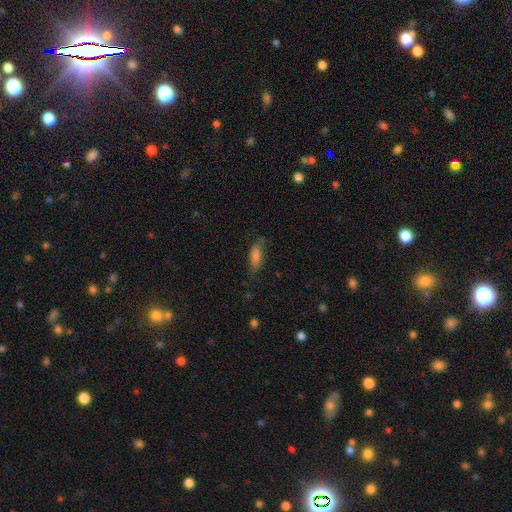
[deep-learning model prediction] A smooth galaxy with no disk features (76%) that is in between round and cigar-shaped (68%).

Vote fractions:
- Smooth or featured? smooth: 76% / featured or disk: 14% / star or artifact: 10%
- How rounded? in between: 68% / cigar-shaped: 29% / round: 3%
- Merging? none: 67% / minor disturbance: 23% / major disturbance: 8% / merger: 2%